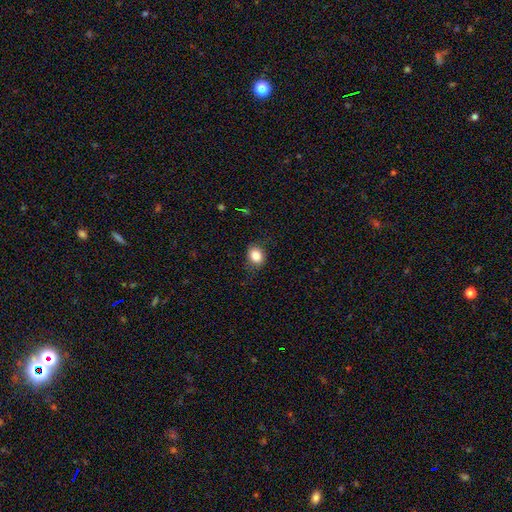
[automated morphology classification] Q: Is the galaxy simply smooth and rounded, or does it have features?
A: smooth — 85%.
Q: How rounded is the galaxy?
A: round — 51%.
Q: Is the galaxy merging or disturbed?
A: none — 74%.